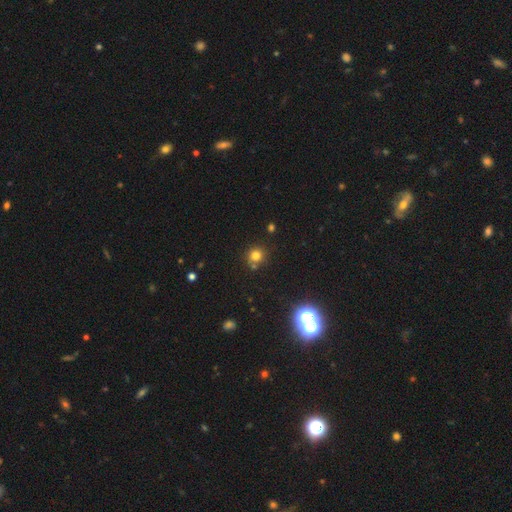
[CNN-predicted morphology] The model was most divided on "smooth or featured": smooth: 75%, star or artifact: 18%, featured or disk: 7%. More confident: how rounded — round (89%); merging — none (75%).